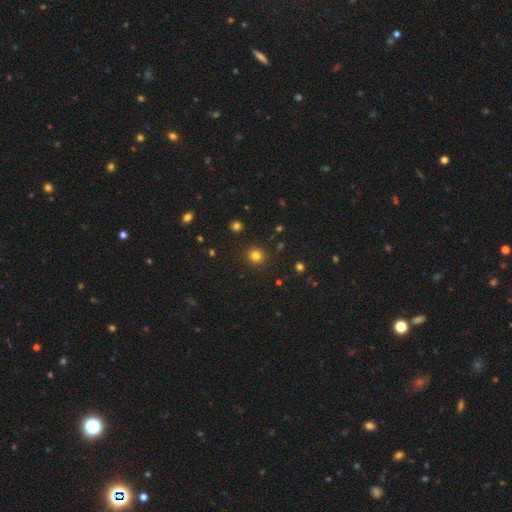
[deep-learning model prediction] Smooth or featured? Predicted: smooth (p=0.79). How rounded? Predicted: round (p=0.91). Merging? Predicted: none (p=0.90).